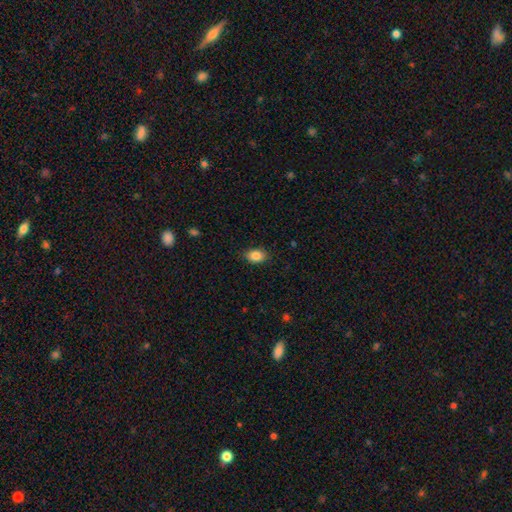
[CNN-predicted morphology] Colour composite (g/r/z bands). It shows a smooth galaxy with no disk features (86%) that is in between round and cigar-shaped (80%). Merging: none (86%).